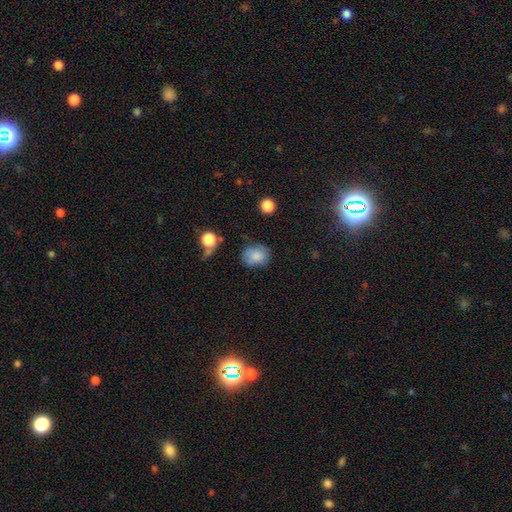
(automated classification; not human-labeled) smooth 74%, featured or disk 16%, star or artifact 10%. Down the decision tree: how rounded — round (51%); merging — none (61%).